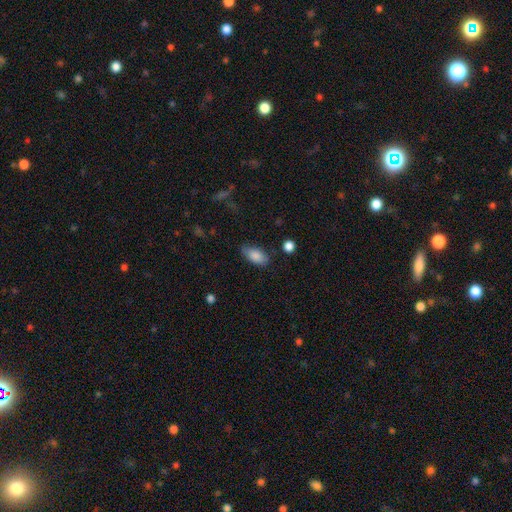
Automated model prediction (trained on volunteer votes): Morphology: type=smooth (86%); roundness=in between (92%); merging=none (74%).